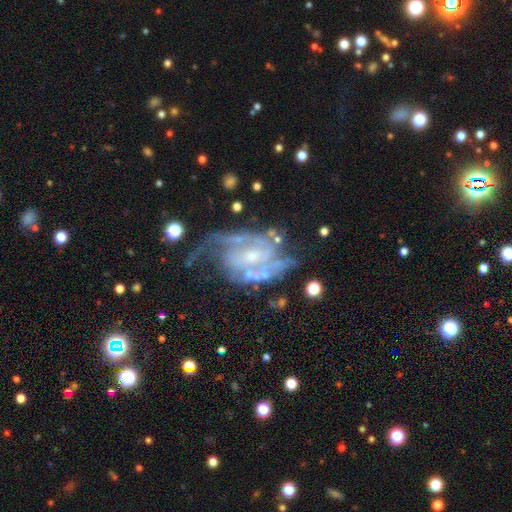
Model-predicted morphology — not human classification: A featured or disk galaxy (86%) with no bar (44%), 2 (48%) medium (45%) spiral arms (92%) and a small central bulge (59%).

Vote fractions:
- Smooth or featured? featured or disk: 86% / star or artifact: 8% / smooth: 6%
- Edge-on disk? no: 97% / yes: 3%
- Bar? no: 44% / weak: 40% / strong: 15%
- Spiral arms? yes: 92% / no: 8%
- Spiral winding? medium: 45% / tight: 36% / loose: 19%
- Spiral arm count? 2: 48% / can't tell: 23% / 3: 13% / 1: 6% / 4: 5% / more than 4: 4%
- Bulge size? small: 59% / moderate: 30% / none: 7% / large: 2% / dominant: 1%
- Merging? none: 52% / major disturbance: 21% / minor disturbance: 21% / merger: 6%